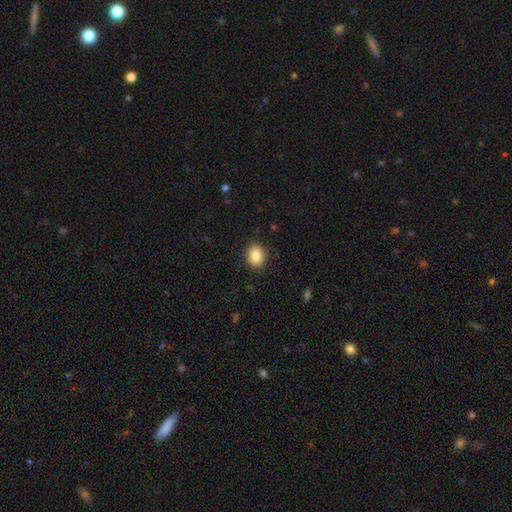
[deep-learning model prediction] A smooth galaxy with no disk features (86%) that is in between round and cigar-shaped (50%). Merging: none (90%).